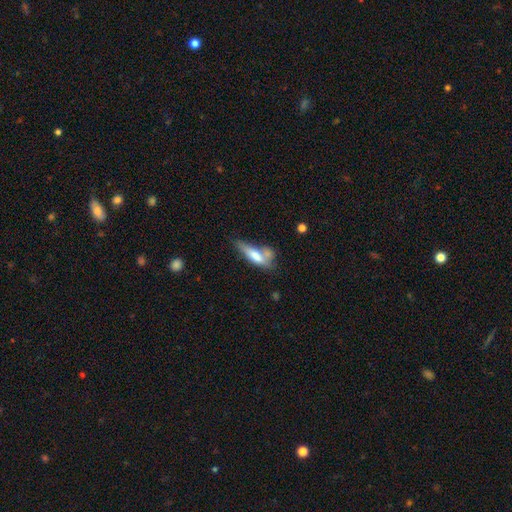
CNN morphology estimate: Overall: smooth (64%; featured or disk 28%). How rounded: cigar-shaped (51%; in between 46%). Merging: none (31%; merger 28%).